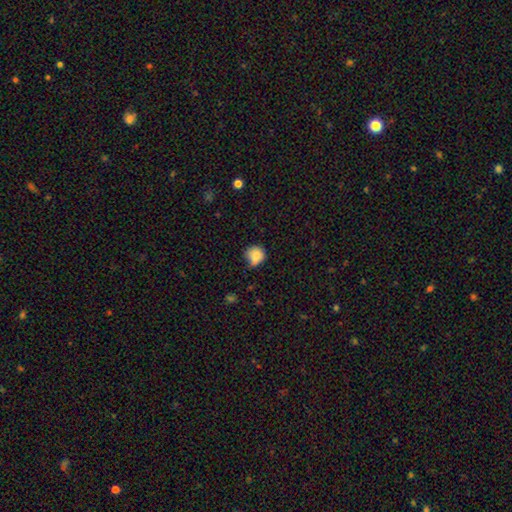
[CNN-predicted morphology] smooth 85%, star or artifact 10%, featured or disk 5%. Down the decision tree: how rounded — round (85%); merging — none (58%).